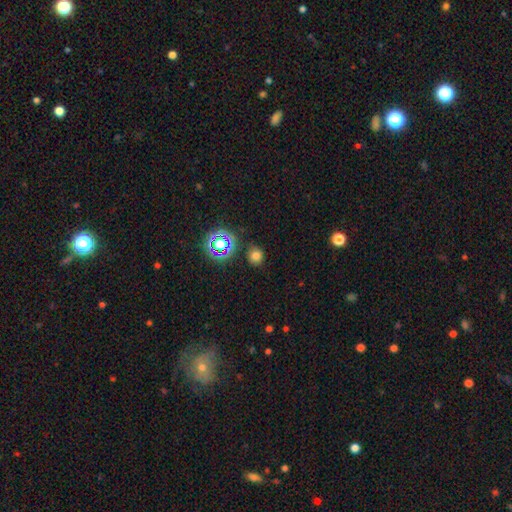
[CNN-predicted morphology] A smooth galaxy with no disk features (71%) that is round (79%). Merging: none (84%).